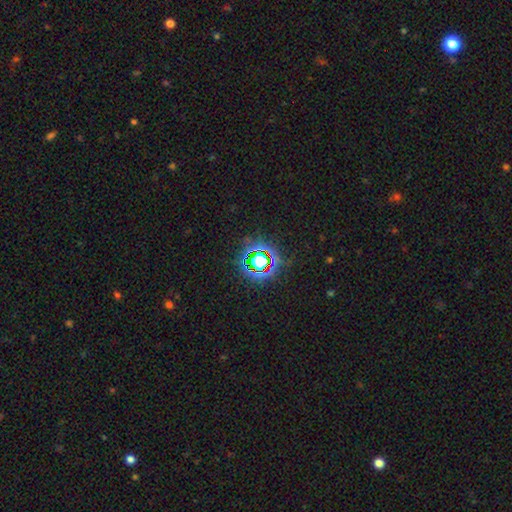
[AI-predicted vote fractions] smooth-or-featured: star or artifact: 78% | smooth: 14% | featured or disk: 8%